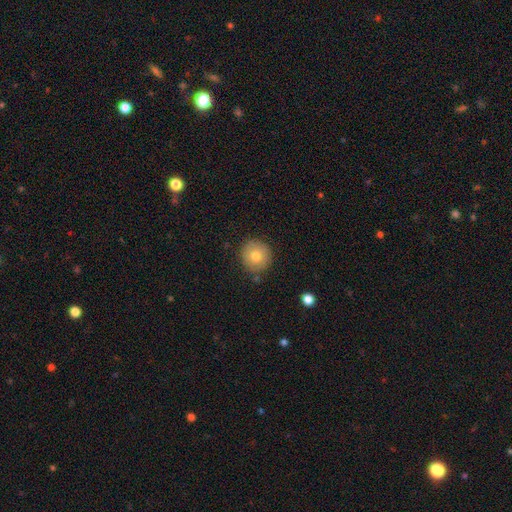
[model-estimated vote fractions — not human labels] Morphology: type=smooth (78%); roundness=round (94%); merging=none (86%).